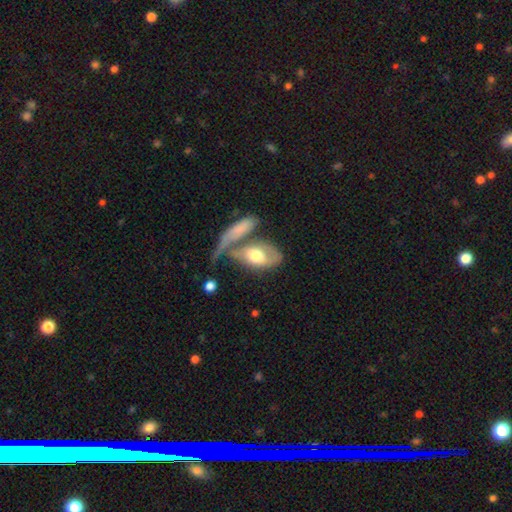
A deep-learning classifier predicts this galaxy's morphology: The model was most divided on "merging": merger: 37%, none: 29%, major disturbance: 18%, minor disturbance: 16%. More confident: how rounded — in between (86%); smooth or featured — smooth (57%).